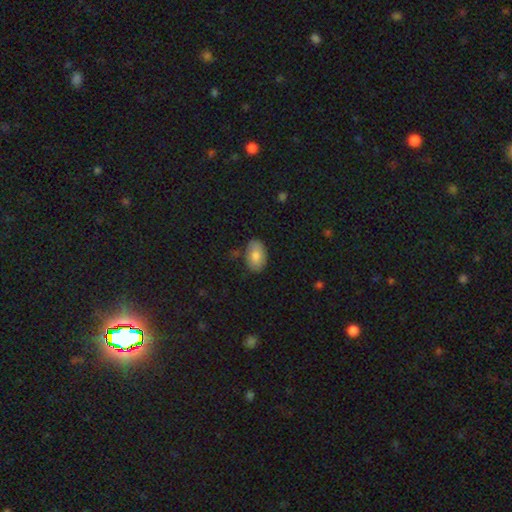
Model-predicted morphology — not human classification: This is clearly a smooth galaxy (82%). How rounded: clearly in between (91%). Merging: likely none (79%).